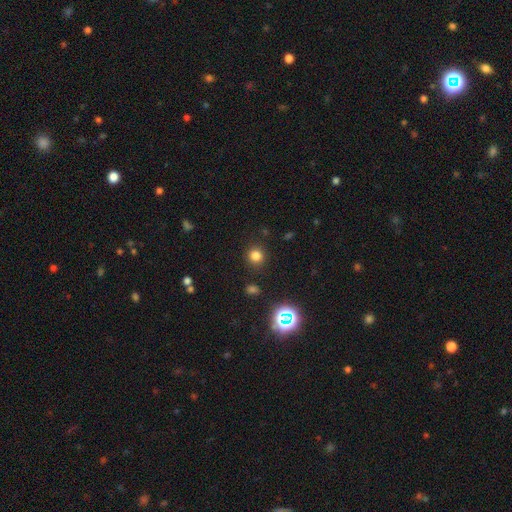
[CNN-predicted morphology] Smooth or featured: smooth — 77% (star or artifact — 18%)
How rounded: round — 91% (in between — 8%)
Merging: none — 89% (minor disturbance — 6%)